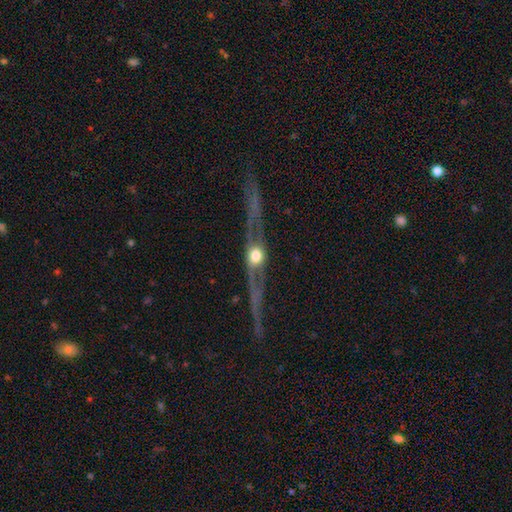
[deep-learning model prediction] This is clearly a featured or disk galaxy (83%). It is clearly viewed edge-on (85%). Edge-on bulge: clearly rounded (95%). Merging: likely none (78%).